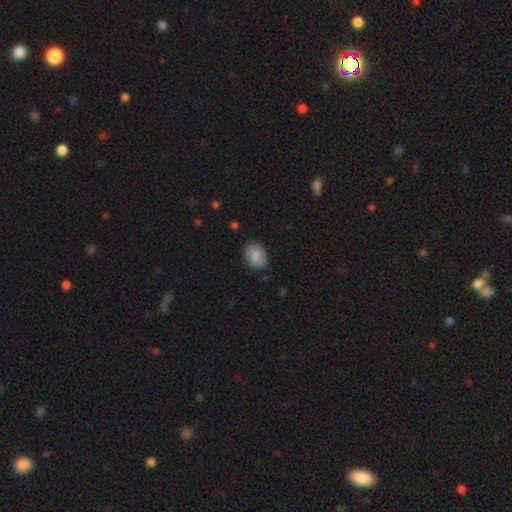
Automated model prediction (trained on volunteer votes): Smooth or featured: smooth — 84% (featured or disk — 9%)
How rounded: in between — 65% (round — 34%)
Merging: none — 81% (minor disturbance — 14%)